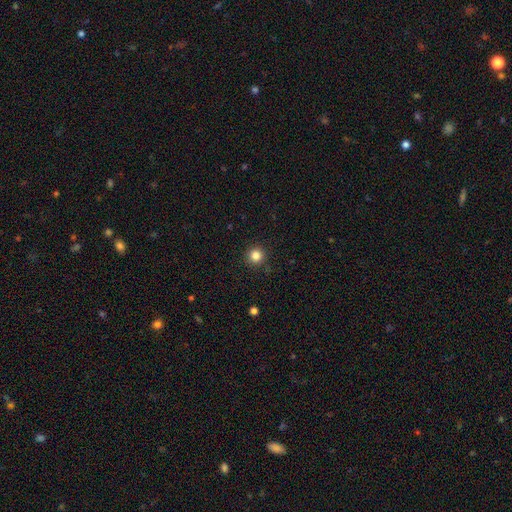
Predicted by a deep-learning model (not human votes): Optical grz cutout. It shows a smooth galaxy with no disk features (84%) that is round (95%). Merging: none (91%).